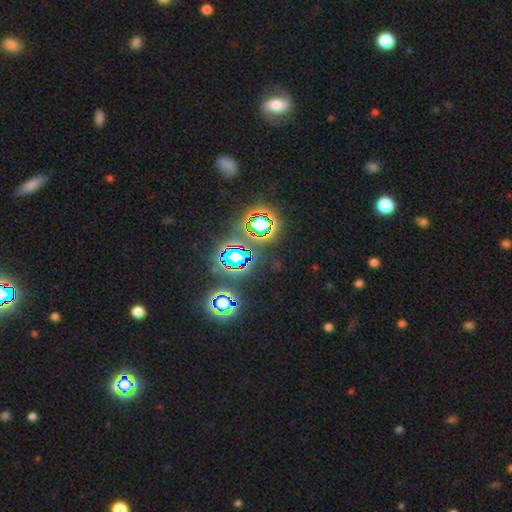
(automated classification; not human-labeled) A star or artifact, not a galaxy (76%).